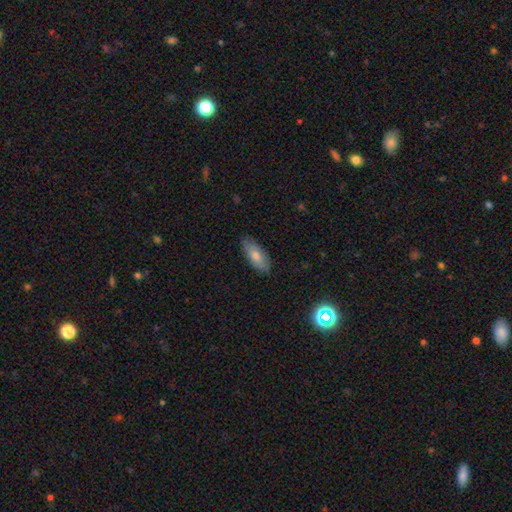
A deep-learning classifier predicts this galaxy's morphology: The model was most divided on "smooth or featured": smooth: 68%, featured or disk: 23%, star or artifact: 9%. More confident: merging — none (85%); how rounded — in between (76%).